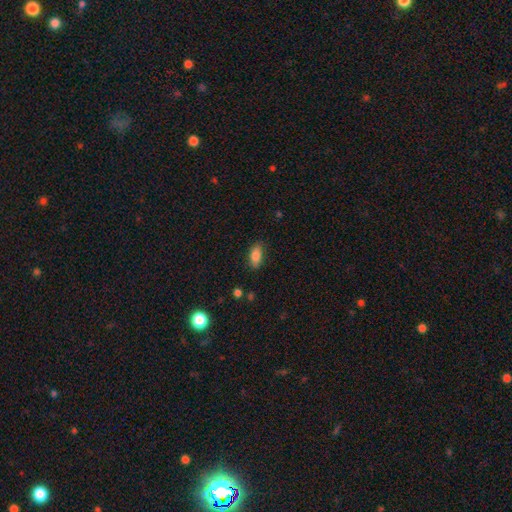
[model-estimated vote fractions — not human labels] The model was most divided on "merging": none: 82%, minor disturbance: 14%, major disturbance: 3%, merger: 1%. More confident: how rounded — in between (86%); smooth or featured — smooth (82%).